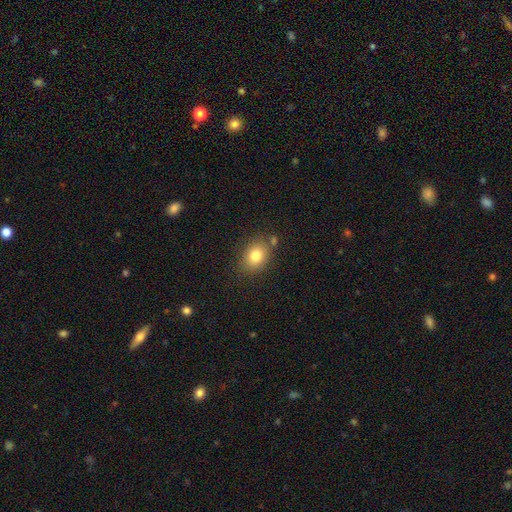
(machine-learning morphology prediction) type=smooth (80%); roundness=in between (57%); merging=none (76%).